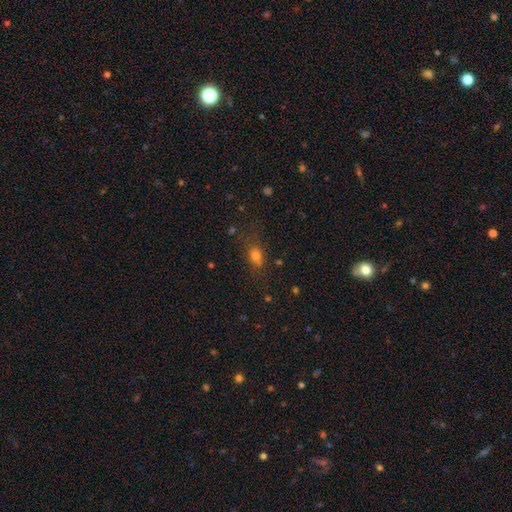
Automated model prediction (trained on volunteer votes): Overall: smooth (74%). How rounded: in between (57%; round 40%). Merging: none (69%).